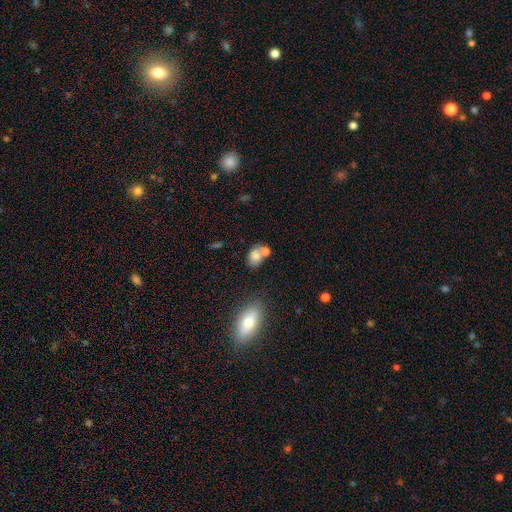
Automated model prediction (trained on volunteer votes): This appears to be a smooth galaxy with no disk features (74%) that is in between round and cigar-shaped (68%). Merging: none (42%).